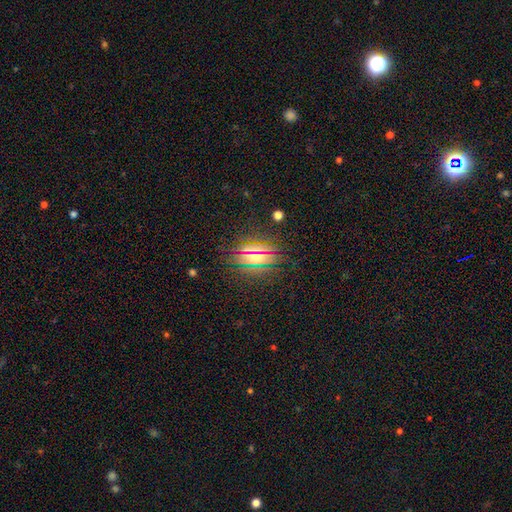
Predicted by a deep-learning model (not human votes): Smooth or featured: star or artifact — 42% (smooth — 41%)